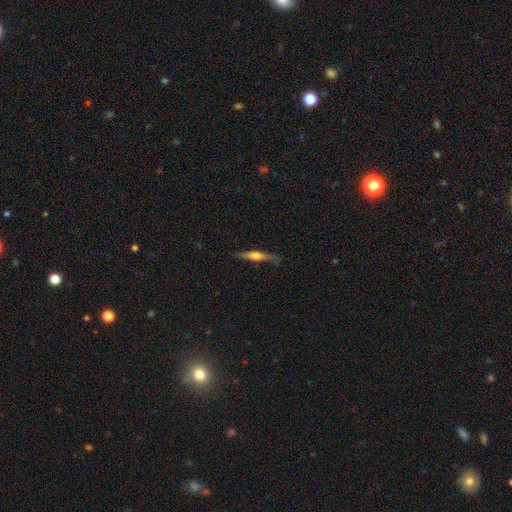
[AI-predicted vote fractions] Overall: featured or disk (58%; smooth 36%). Edge-on disk: yes (95%). Edge-on bulge: rounded (74%). Merging: none (76%).